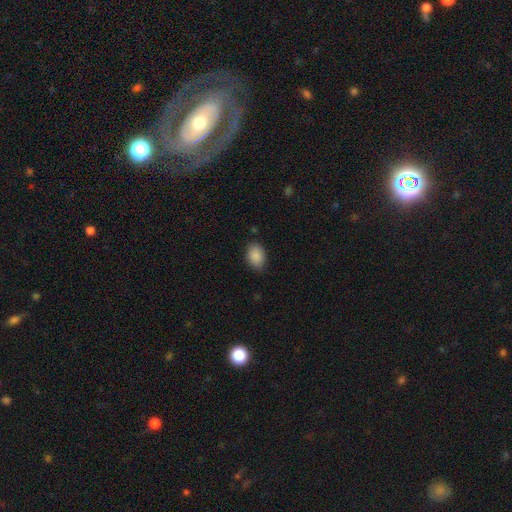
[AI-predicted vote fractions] smooth-or-featured: smooth: 89% | star or artifact: 8% | featured or disk: 3%
  how-rounded: in between: 81% | round: 17% | cigar-shaped: 1%
  merging: none: 82% | minor disturbance: 14% | major disturbance: 3% | merger: 1%